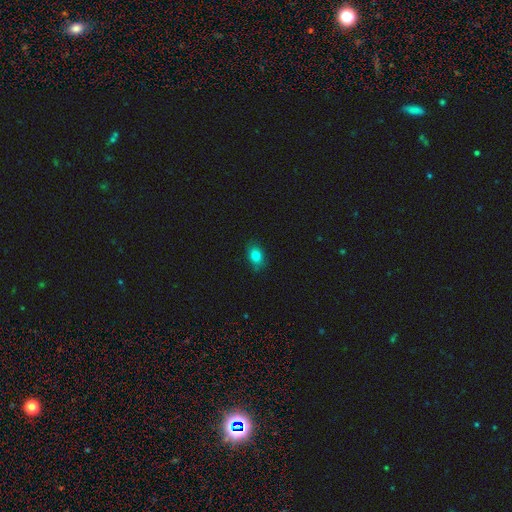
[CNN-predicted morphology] Smooth or featured? smooth (81%)
How rounded? in between (71%)
Merging? none (81%)